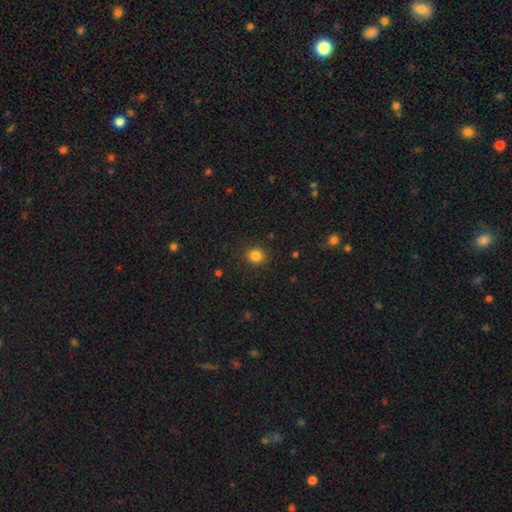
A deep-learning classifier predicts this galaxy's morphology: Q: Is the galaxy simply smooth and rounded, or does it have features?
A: smooth — 84%.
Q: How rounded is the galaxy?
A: round — 83%.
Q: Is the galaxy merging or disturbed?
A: none — 89%.